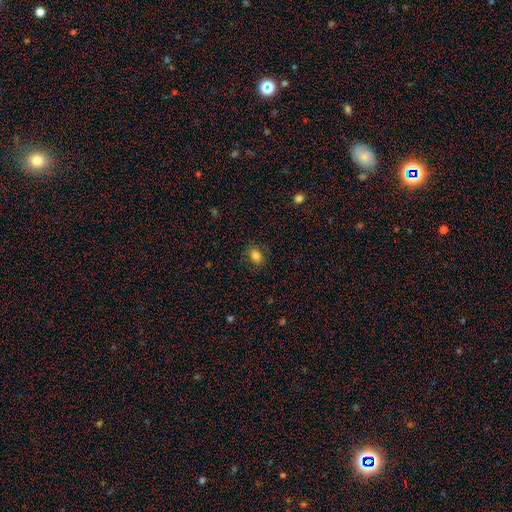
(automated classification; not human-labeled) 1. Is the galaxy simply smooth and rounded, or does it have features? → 81% smooth, 11% star or artifact, 8% featured or disk.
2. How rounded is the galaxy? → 60% in between, 39% round, 1% cigar-shaped.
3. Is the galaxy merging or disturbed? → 81% none, 14% minor disturbance, 5% major disturbance, 1% merger.